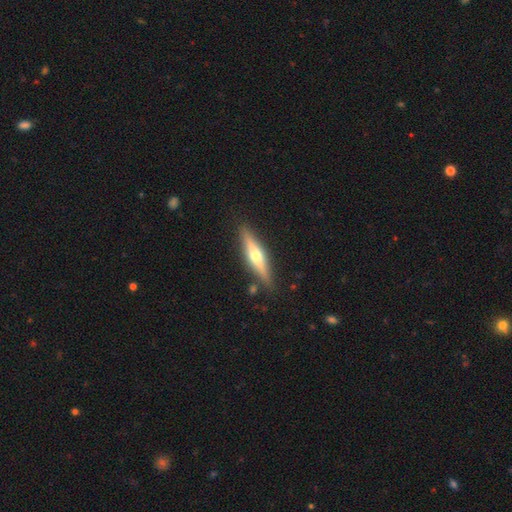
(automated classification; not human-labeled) Morphology: type=featured or disk (61%); edge-on=yes (94%); edge-on bulge=rounded (92%); merging=none (86%).